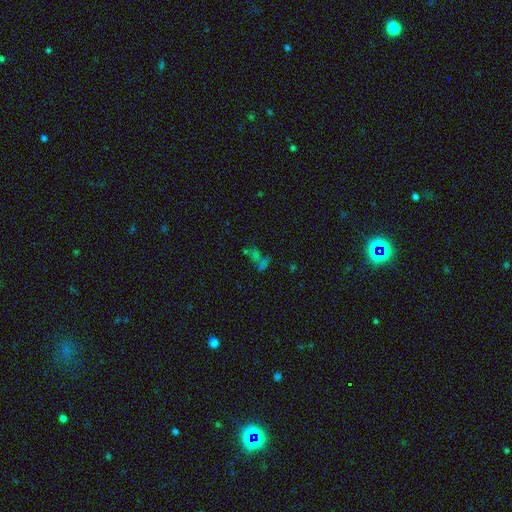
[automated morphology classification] smooth_or_featured: star or artifact (p=0.44) [alt: smooth p=0.34]